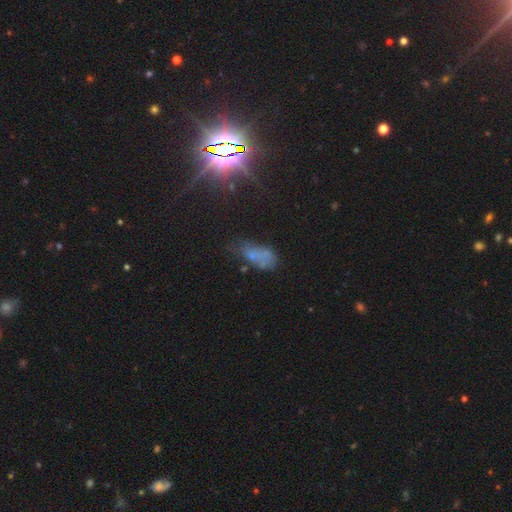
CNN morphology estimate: smooth_or_featured: smooth (p=0.39) [alt: star or artifact p=0.36]
merging: none (p=0.40) [alt: minor disturbance p=0.26]